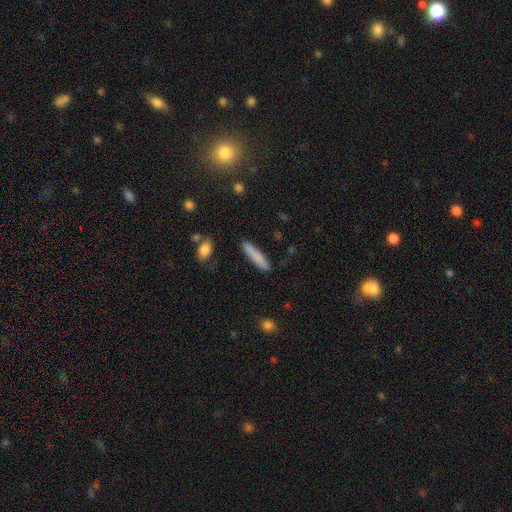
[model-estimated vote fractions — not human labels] This is clearly a smooth galaxy (81%). How rounded: clearly cigar-shaped (87%). Merging: clearly none (86%).